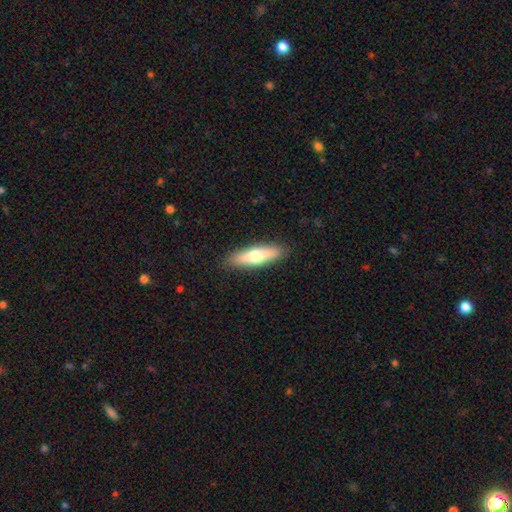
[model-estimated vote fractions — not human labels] smooth-or-featured: smooth: 63% | featured or disk: 31% | star or artifact: 6%
  how-rounded: cigar-shaped: 65% | in between: 33% | round: 2%
  merging: none: 88% | minor disturbance: 9% | major disturbance: 2% | merger: 1%